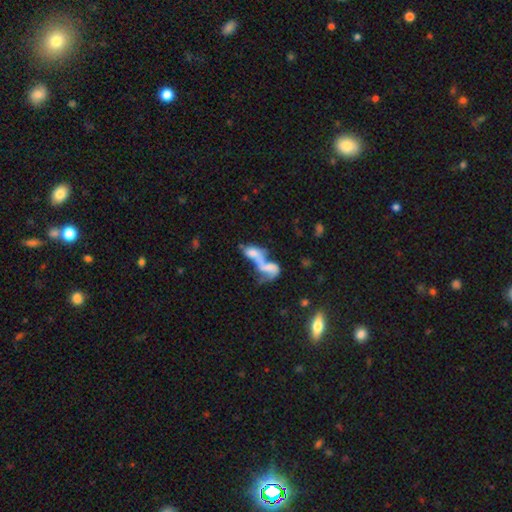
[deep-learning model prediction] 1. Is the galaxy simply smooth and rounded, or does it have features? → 48% smooth, 41% featured or disk, 11% star or artifact.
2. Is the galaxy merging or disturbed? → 77% merger, 10% major disturbance, 9% none, 4% minor disturbance.